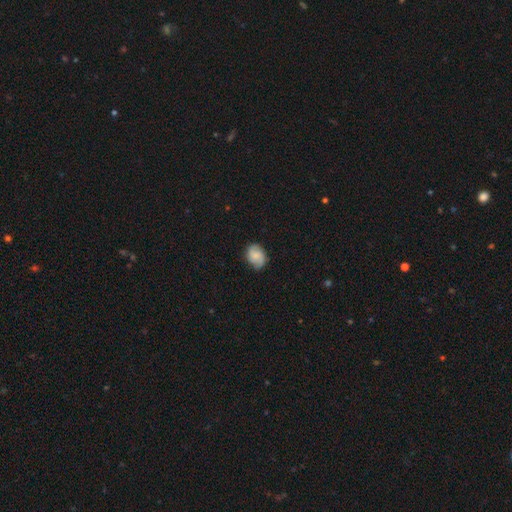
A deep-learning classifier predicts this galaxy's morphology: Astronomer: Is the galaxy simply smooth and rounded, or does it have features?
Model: smooth — 48% (runner-up: featured or disk, 44%).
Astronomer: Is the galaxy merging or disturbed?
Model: none — 78%.